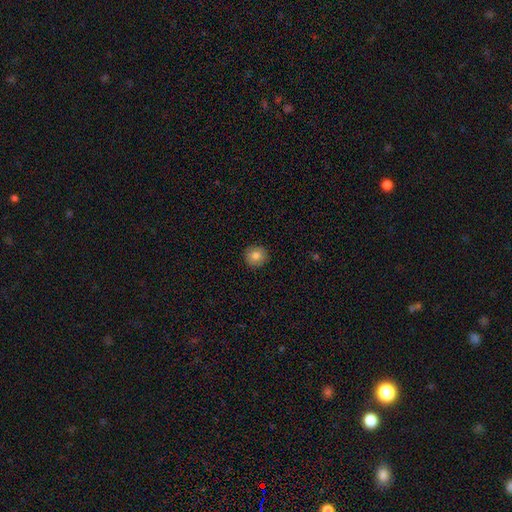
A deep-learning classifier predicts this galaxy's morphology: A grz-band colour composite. It shows a smooth galaxy with no disk features (82%) that is round (94%). Merging: none (92%).